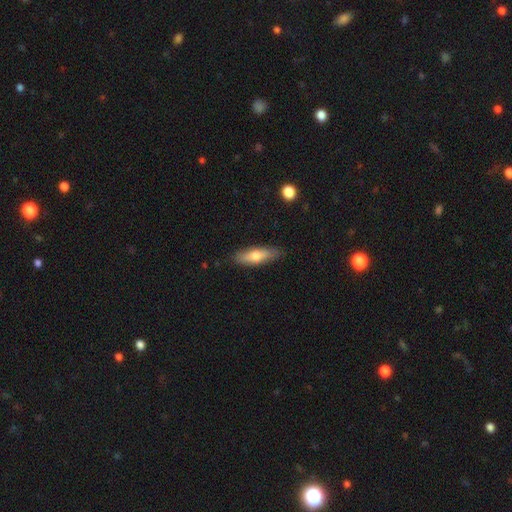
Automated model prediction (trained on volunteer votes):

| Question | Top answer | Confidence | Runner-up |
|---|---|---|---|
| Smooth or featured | smooth | 65% | featured or disk (29%) |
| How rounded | in between | 50% | cigar-shaped (48%) |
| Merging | none | 84% | minor disturbance (12%) |